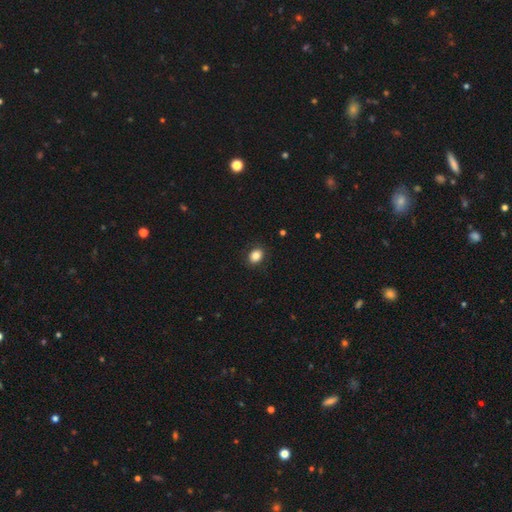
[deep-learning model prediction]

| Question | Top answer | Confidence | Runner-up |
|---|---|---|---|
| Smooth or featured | smooth | 85% | star or artifact (10%) |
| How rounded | in between | 52% | round (47%) |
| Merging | none | 88% | minor disturbance (9%) |